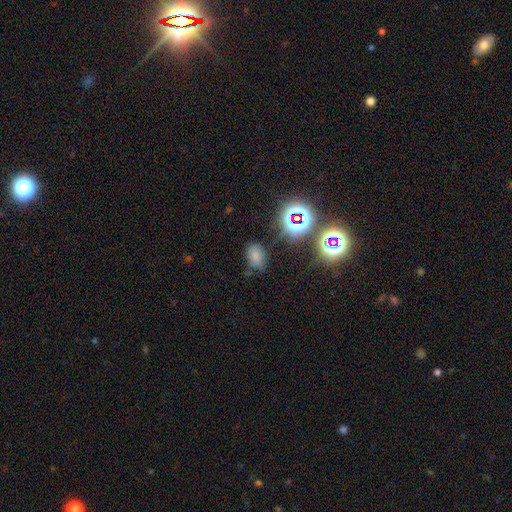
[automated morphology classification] Smooth or featured?
  - smooth: 66% *
  - star or artifact: 26%
  - featured or disk: 8%
How rounded?
  - in between: 81% *
  - round: 17%
  - cigar-shaped: 1%
Merging?
  - none: 69% *
  - minor disturbance: 20%
  - major disturbance: 7%
  - merger: 4%